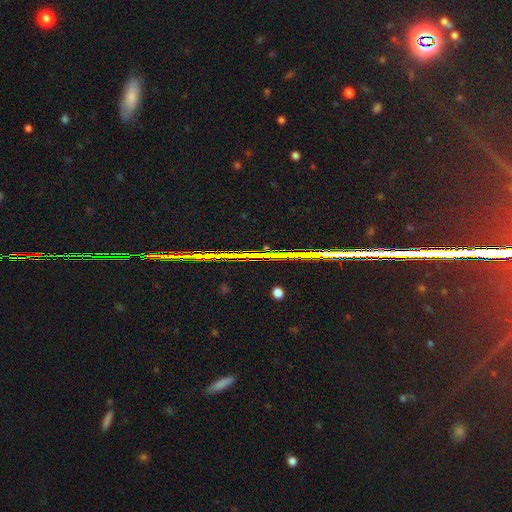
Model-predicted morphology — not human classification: Q: Smooth or featured?
A: star or artifact (83%); runner-up: featured or disk (9%)